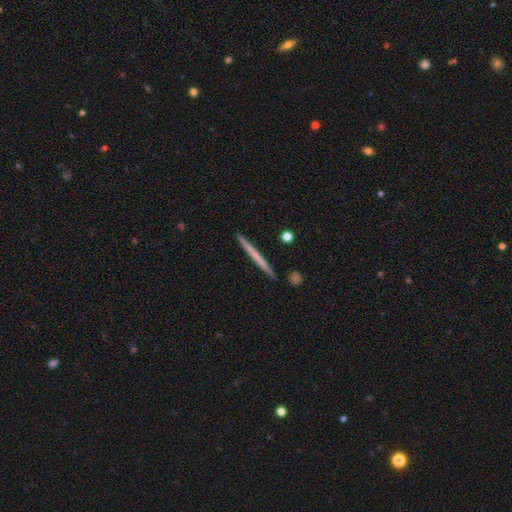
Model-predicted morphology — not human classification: A smooth galaxy with no disk features (50%). Merging: none (92%).